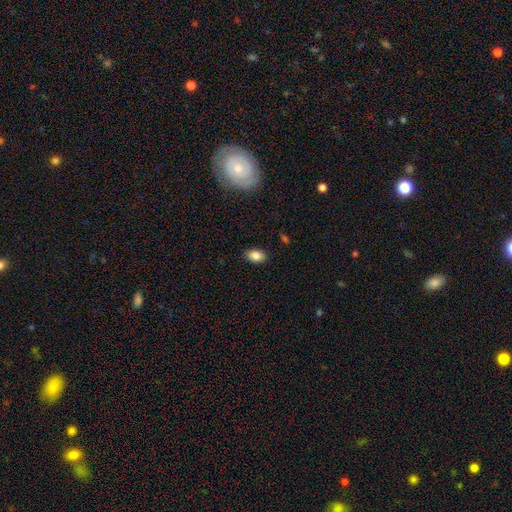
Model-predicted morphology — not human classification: This is clearly a smooth galaxy (85%). How rounded: clearly in between (89%). Merging: clearly none (88%).